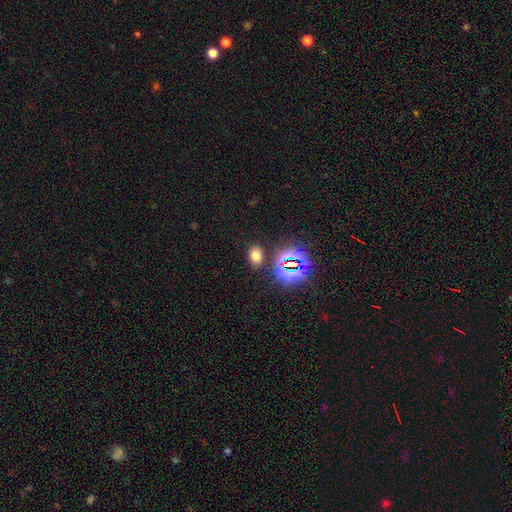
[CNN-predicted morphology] Smooth or featured? Predicted: smooth (p=0.67). How rounded? Predicted: in between (p=0.72). Merging? Predicted: none (p=0.83).